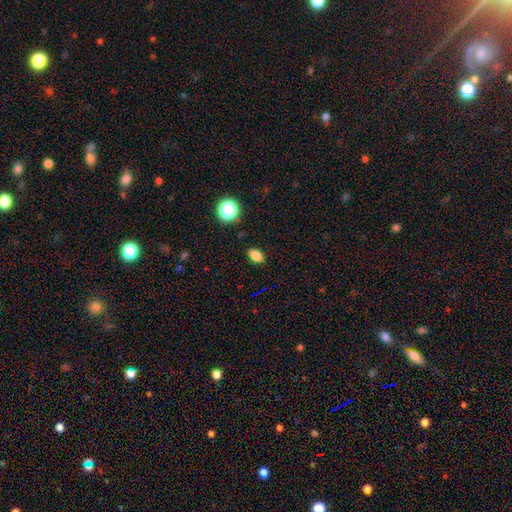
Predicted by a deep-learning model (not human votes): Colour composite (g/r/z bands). It shows a smooth galaxy with no disk features (82%) that is in between round and cigar-shaped (84%). Merging: none (87%).